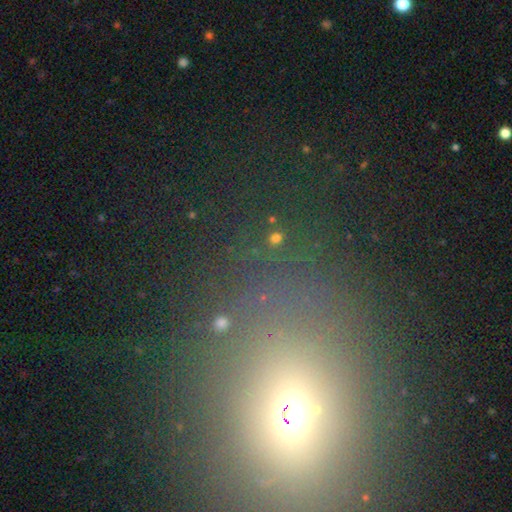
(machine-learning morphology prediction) smooth_or_featured: star or artifact (p=0.55) [alt: smooth p=0.33]